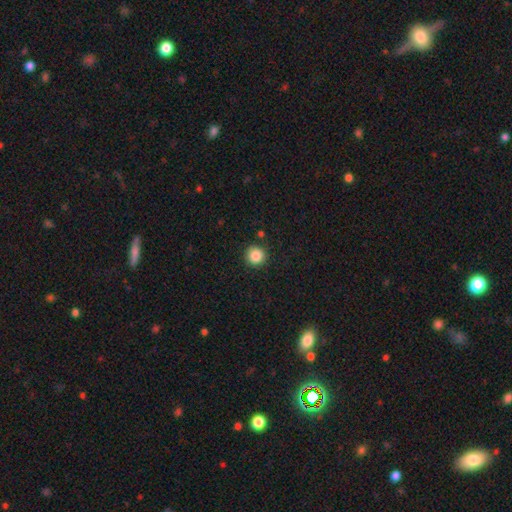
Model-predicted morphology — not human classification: Smooth or featured? Predicted: smooth (p=0.87). How rounded? Predicted: round (p=0.95). Merging? Predicted: none (p=0.90).